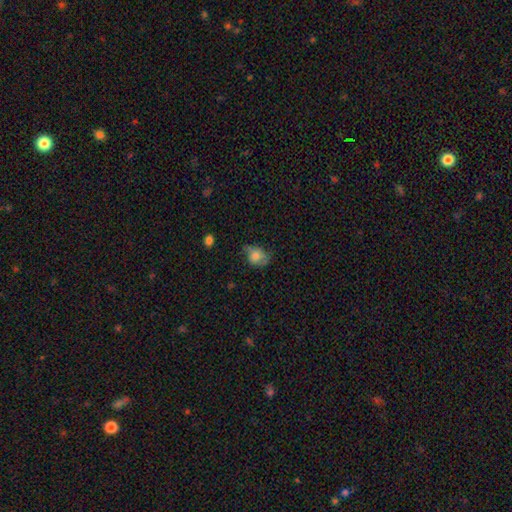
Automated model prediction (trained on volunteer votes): smooth 70%, featured or disk 21%, star or artifact 10%. Down the decision tree: how rounded — in between (51%); merging — none (51%).